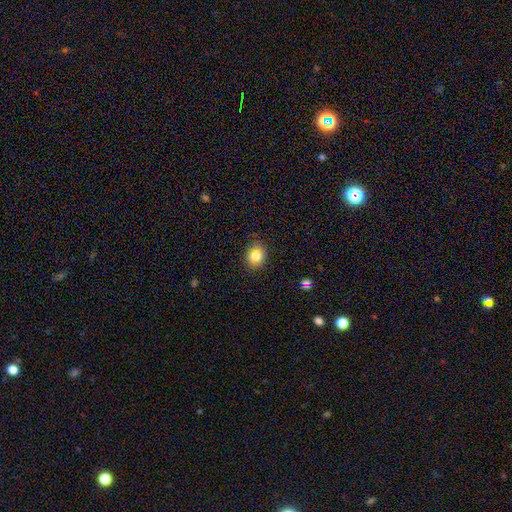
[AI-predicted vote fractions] This appears to be a smooth galaxy with no disk features (82%) that is round (71%). Merging: none (86%).